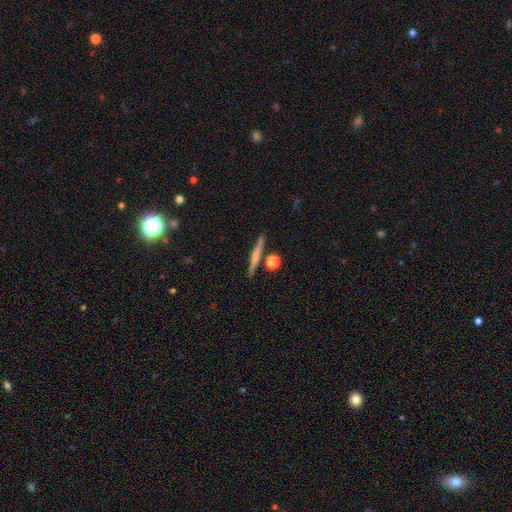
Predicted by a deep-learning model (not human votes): Q: Smooth or featured?
A: smooth (53%); runner-up: featured or disk (39%)
Q: How rounded?
A: cigar-shaped (88%); runner-up: round (6%)
Q: Merging?
A: none (83%); runner-up: minor disturbance (9%)